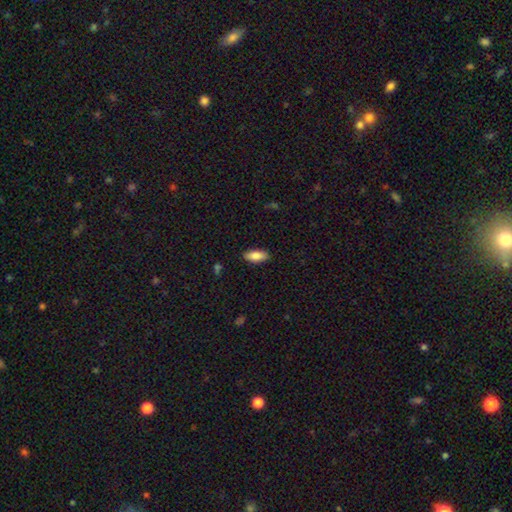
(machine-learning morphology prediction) This appears to be a smooth galaxy with no disk features (85%) that is in between round and cigar-shaped (84%). Merging: none (87%).